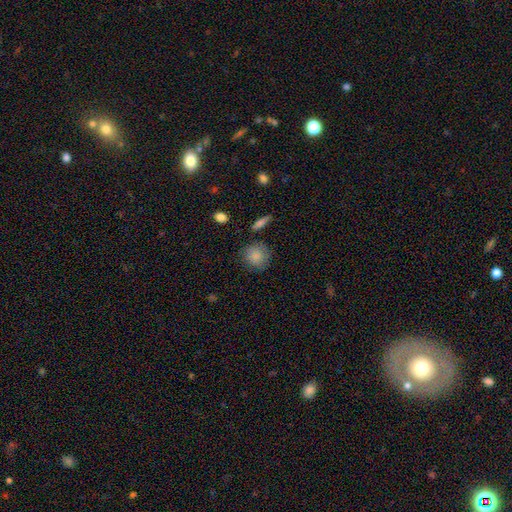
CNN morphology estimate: Overall: smooth (85%). How rounded: round (87%). Merging: none (79%).